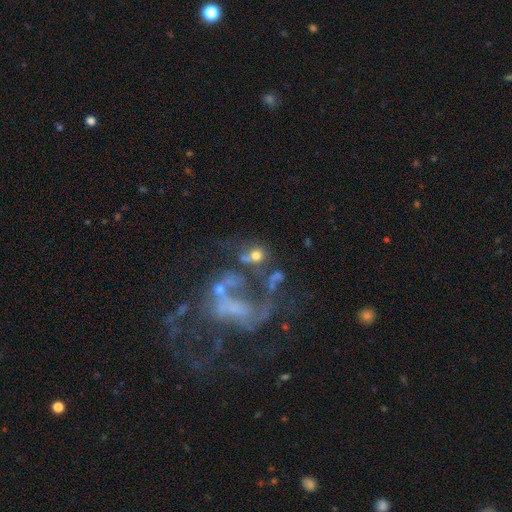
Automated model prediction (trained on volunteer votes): Smooth or featured: featured or disk — 70% (star or artifact — 20%)
Edge-on disk: no — 97% (yes — 3%)
Bar: no — 59% (weak — 29%)
Spiral arms: no — 51% (yes — 49%)
Bulge size: none — 53% (small — 27%)
Merging: major disturbance — 37% (none — 32%)